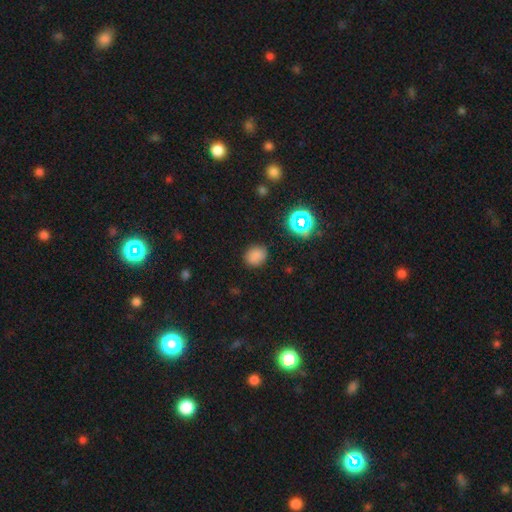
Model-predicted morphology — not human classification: The model was most divided on "how rounded": round: 61%, in between: 38%, cigar-shaped: 1%. More confident: merging — none (85%); smooth or featured — smooth (78%).